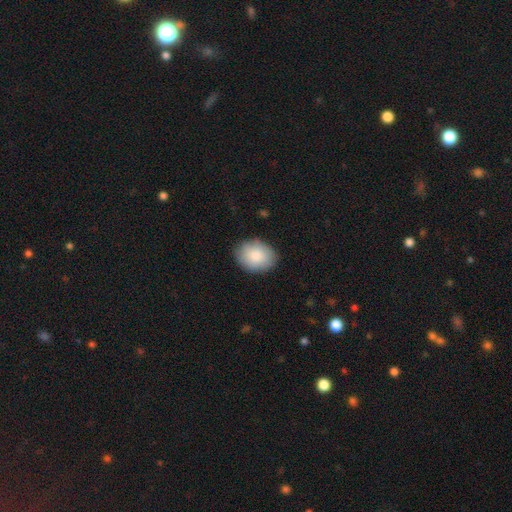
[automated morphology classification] Overall: smooth (86%). How rounded: in between (58%; round 41%). Merging: none (83%).